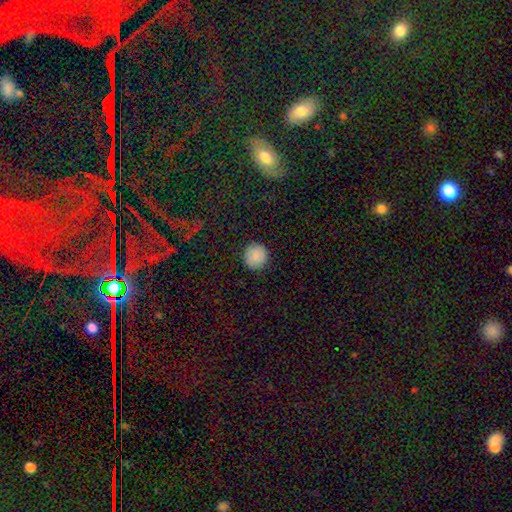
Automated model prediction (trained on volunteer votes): This is clearly a smooth galaxy (88%). How rounded: clearly round (94%). Merging: clearly none (91%).